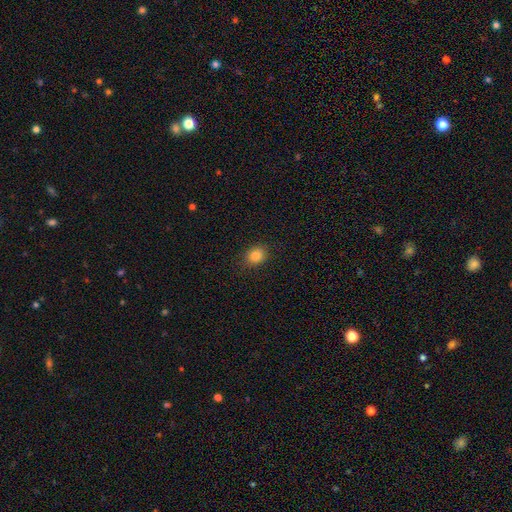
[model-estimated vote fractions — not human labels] This appears to be a smooth galaxy with no disk features (83%) that is round (61%). Merging: none (88%).